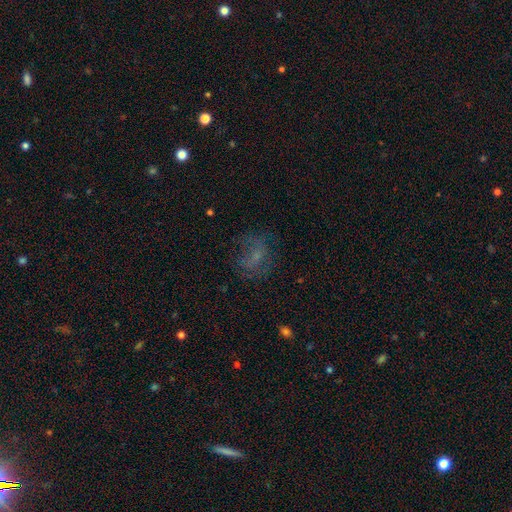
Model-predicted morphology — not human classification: type=smooth (44%); merging=none (58%).